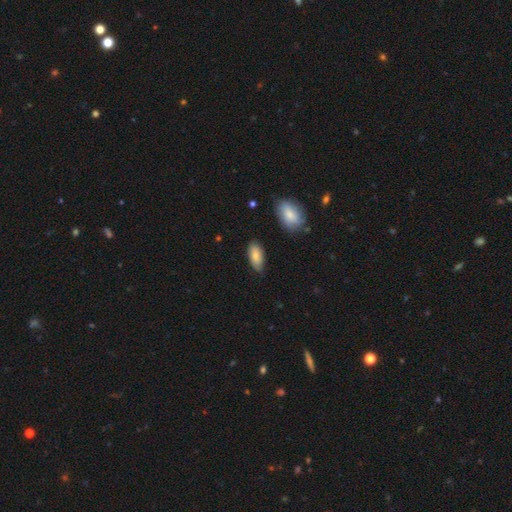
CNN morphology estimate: The model was most divided on "merging": none: 78%, minor disturbance: 17%, major disturbance: 3%, merger: 2%. More confident: how rounded — in between (89%); smooth or featured — smooth (83%).